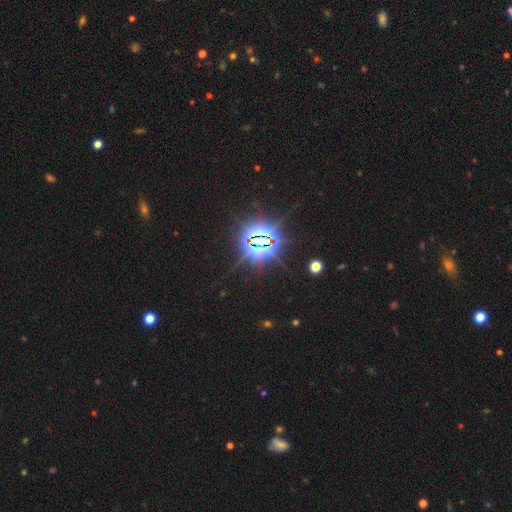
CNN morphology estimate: This is clearly a star or artifact rather than a galaxy (84%).